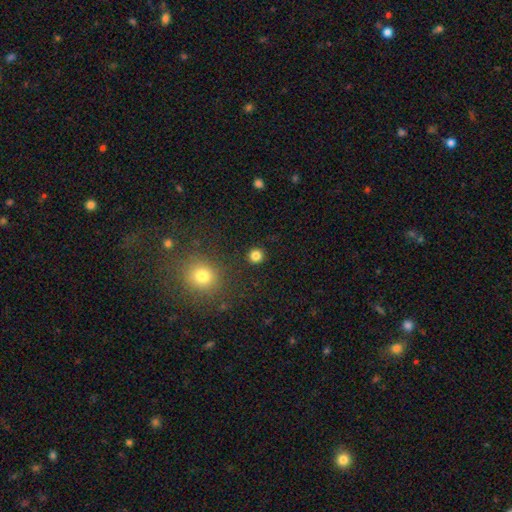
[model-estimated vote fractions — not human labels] This appears to be a smooth galaxy with no disk features (82%) that is round (92%). Merging: none (90%).